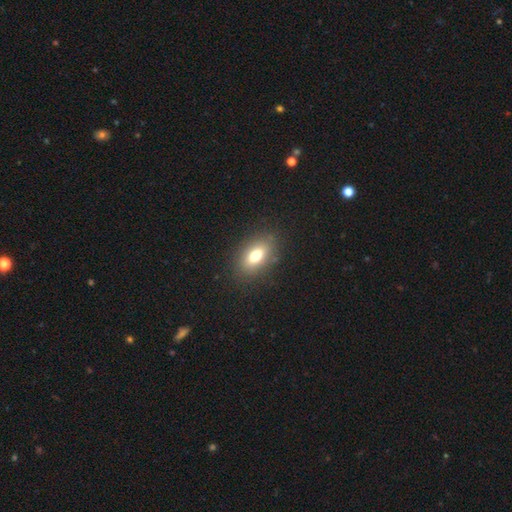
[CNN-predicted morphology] smooth 73%, featured or disk 17%, star or artifact 10%. Down the decision tree: how rounded — in between (86%); merging — none (85%).